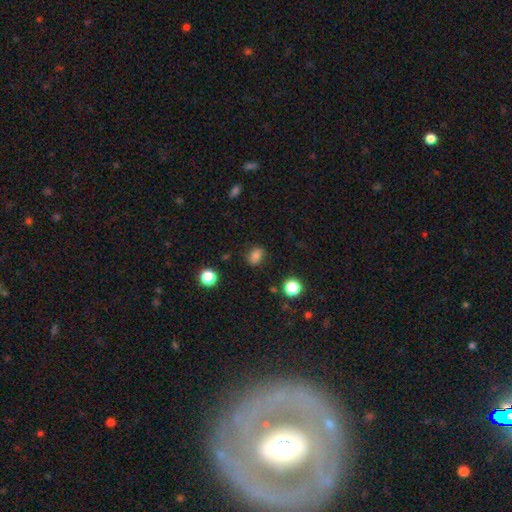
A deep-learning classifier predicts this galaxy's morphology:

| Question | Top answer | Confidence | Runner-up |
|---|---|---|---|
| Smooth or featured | smooth | 80% | star or artifact (13%) |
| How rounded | in between | 57% | round (42%) |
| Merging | none | 81% | minor disturbance (13%) |